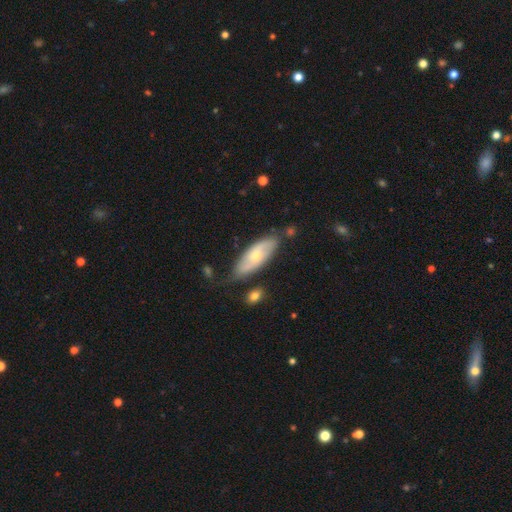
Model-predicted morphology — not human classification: smooth-or-featured: featured or disk: 50% | smooth: 45% | star or artifact: 6%
  merging: none: 72% | minor disturbance: 20% | major disturbance: 4% | merger: 4%